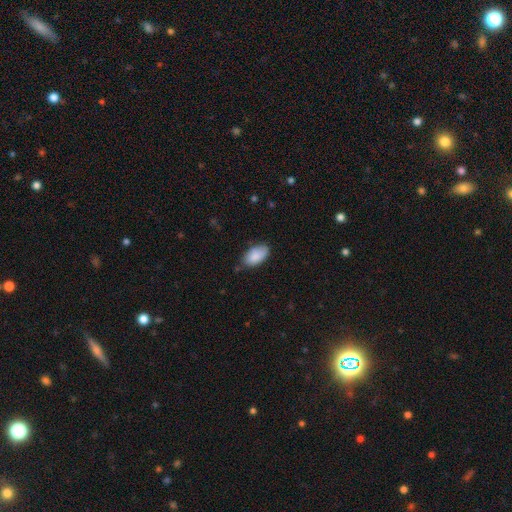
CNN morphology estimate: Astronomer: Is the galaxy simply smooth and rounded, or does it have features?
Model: smooth — 86%.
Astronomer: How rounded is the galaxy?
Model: in between — 95%.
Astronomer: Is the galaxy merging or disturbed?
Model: none — 69%.